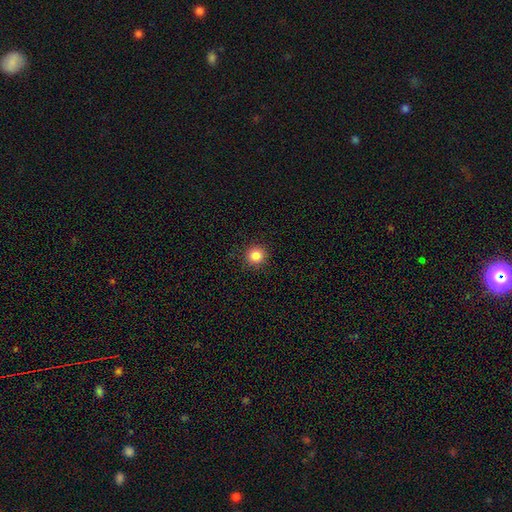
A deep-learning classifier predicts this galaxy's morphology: Smooth or featured: smooth — 84% (star or artifact — 11%)
How rounded: round — 93% (in between — 6%)
Merging: none — 92% (minor disturbance — 5%)